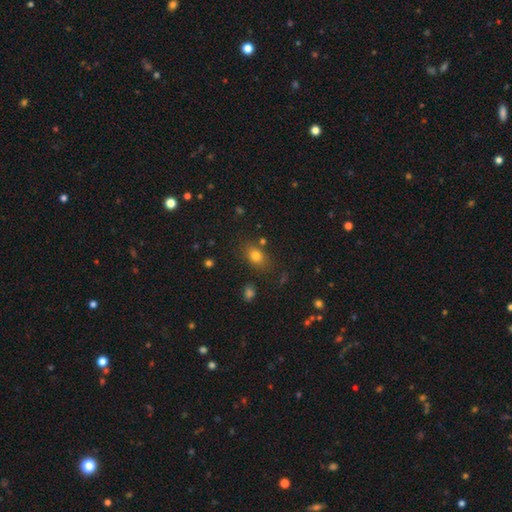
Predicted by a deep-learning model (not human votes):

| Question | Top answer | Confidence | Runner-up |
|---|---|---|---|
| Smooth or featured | smooth | 79% | star or artifact (12%) |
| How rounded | in between | 70% | round (28%) |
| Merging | none | 75% | minor disturbance (14%) |